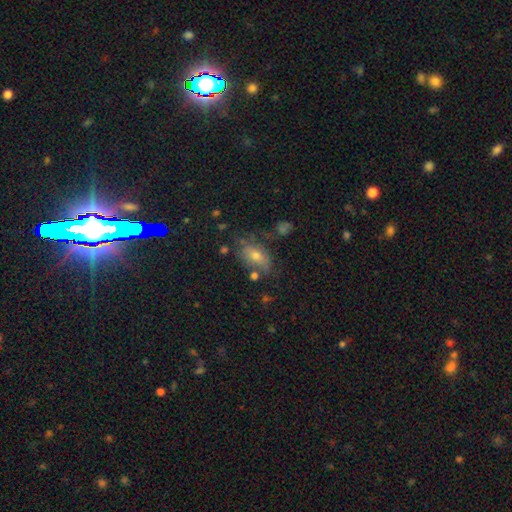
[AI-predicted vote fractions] Smooth or featured? smooth (59%)
How rounded? in between (83%)
Merging? none (58%)